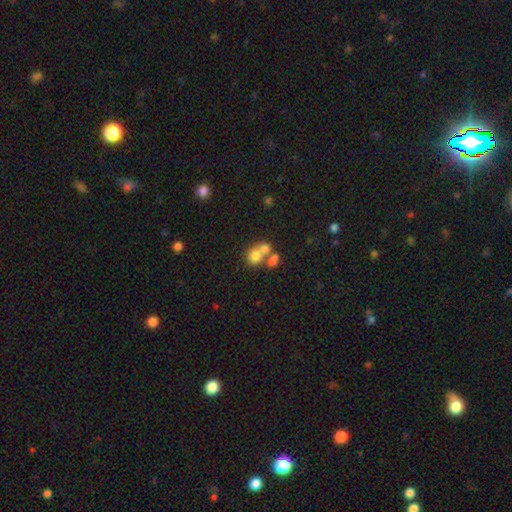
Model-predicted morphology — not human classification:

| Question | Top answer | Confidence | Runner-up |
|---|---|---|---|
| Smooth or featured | smooth | 69% | featured or disk (18%) |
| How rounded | round | 71% | in between (28%) |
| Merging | merger | 55% | none (33%) |